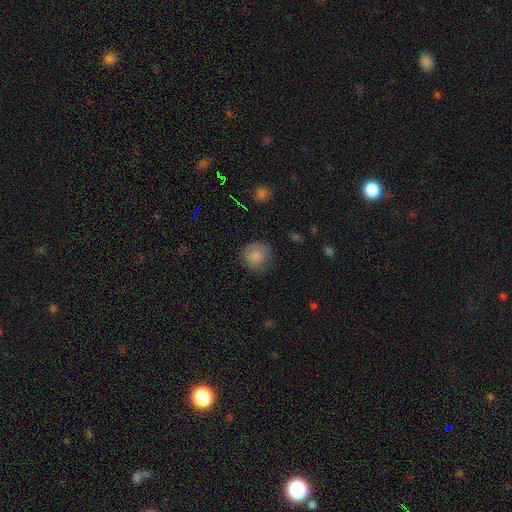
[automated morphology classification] A smooth galaxy with no disk features (84%) that is round (89%).

Vote fractions:
- Smooth or featured? smooth: 84% / star or artifact: 9% / featured or disk: 8%
- How rounded? round: 89% / in between: 10% / cigar-shaped: 1%
- Merging? none: 77% / minor disturbance: 17% / major disturbance: 4% / merger: 1%